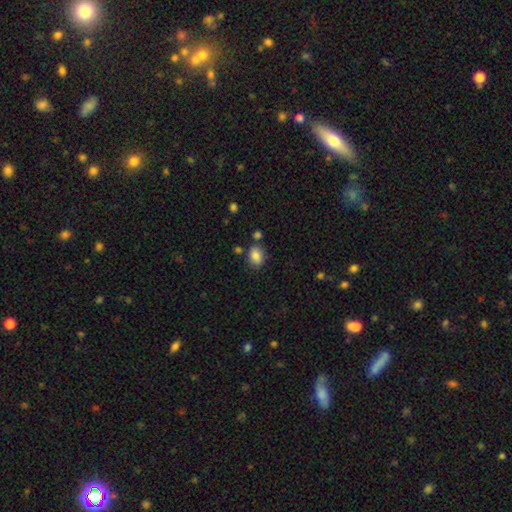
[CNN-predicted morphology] Smooth or featured?
  - smooth: 85% *
  - star or artifact: 9%
  - featured or disk: 6%
How rounded?
  - in between: 67% *
  - round: 32%
  - cigar-shaped: 1%
Merging?
  - none: 75% *
  - minor disturbance: 14%
  - merger: 7%
  - major disturbance: 4%